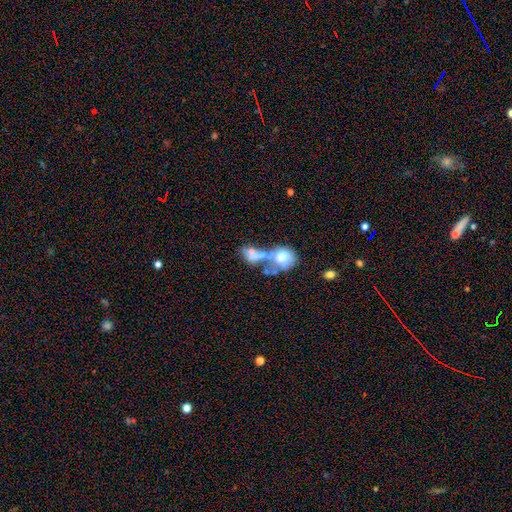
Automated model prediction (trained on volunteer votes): Smooth or featured? Predicted: smooth (p=0.53). How rounded? Predicted: in between (p=0.56). Merging? Predicted: merger (p=0.64).